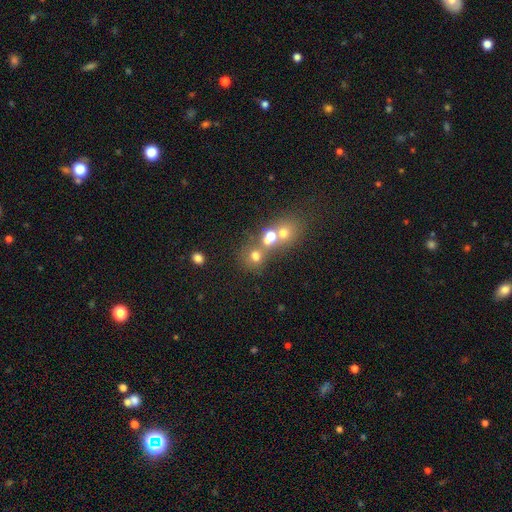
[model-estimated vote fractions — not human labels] The model was most divided on "merging": merger: 47%, none: 40%, minor disturbance: 7%, major disturbance: 5%. More confident: how rounded — round (78%); smooth or featured — smooth (62%).